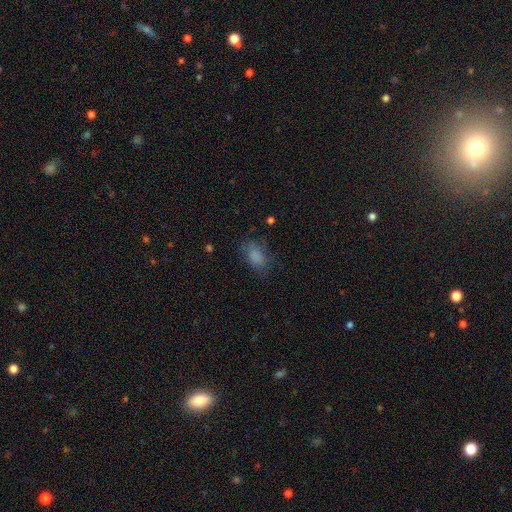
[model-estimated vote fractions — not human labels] smooth-or-featured: smooth: 81% | star or artifact: 11% | featured or disk: 8%
  how-rounded: in between: 85% | round: 13% | cigar-shaped: 2%
  merging: none: 67% | minor disturbance: 21% | major disturbance: 11% | merger: 2%